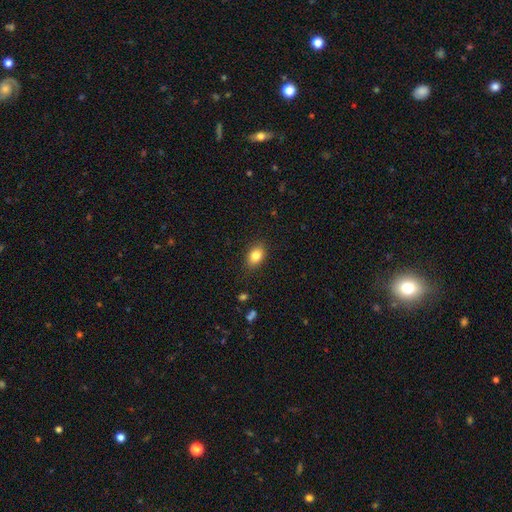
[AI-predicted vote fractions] Smooth or featured: smooth — 83% (star or artifact — 9%)
How rounded: in between — 81% (round — 17%)
Merging: none — 86% (minor disturbance — 10%)